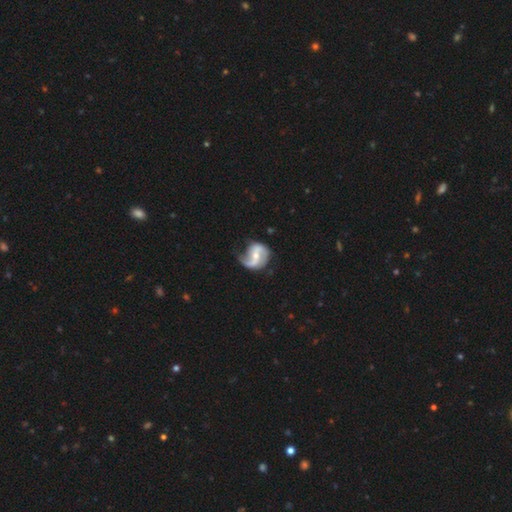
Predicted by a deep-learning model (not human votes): featured or disk 85%, smooth 10%, star or artifact 5%. Down the decision tree: edge-on disk — no (98%); bar — weak (42%); spiral arms — yes (94%); spiral arm count — 2 (78%); spiral winding — loose (53%); bulge size — moderate (49%); merging — none (56%).